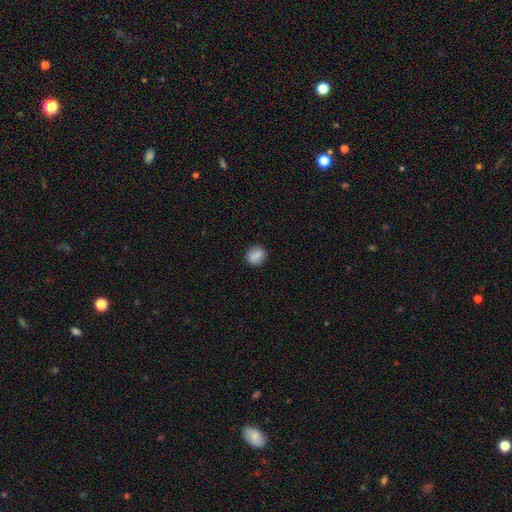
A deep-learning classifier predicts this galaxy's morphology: Smooth or featured? smooth (84%)
How rounded? round (64%)
Merging? none (85%)